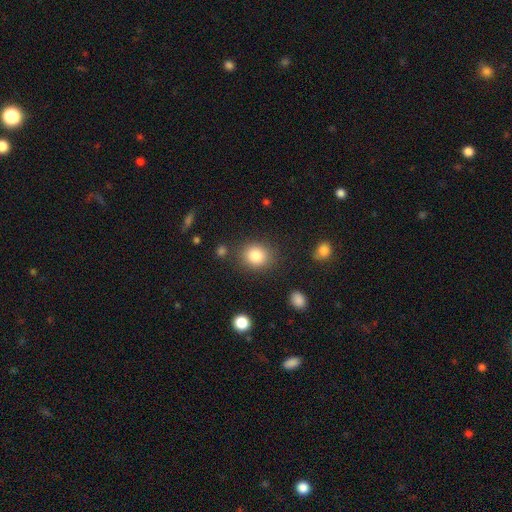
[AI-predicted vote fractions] Morphology: type=smooth (83%); roundness=round (73%); merging=none (84%).